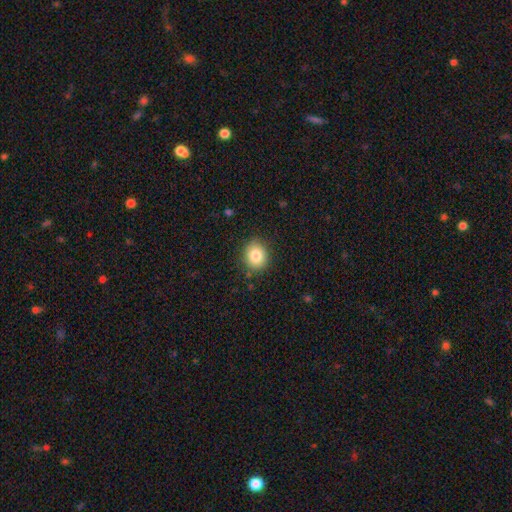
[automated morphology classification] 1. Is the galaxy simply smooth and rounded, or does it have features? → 83% smooth, 9% star or artifact, 8% featured or disk.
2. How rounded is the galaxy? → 71% round, 29% in between, 1% cigar-shaped.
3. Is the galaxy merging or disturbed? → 86% none, 10% minor disturbance, 3% major disturbance, 1% merger.